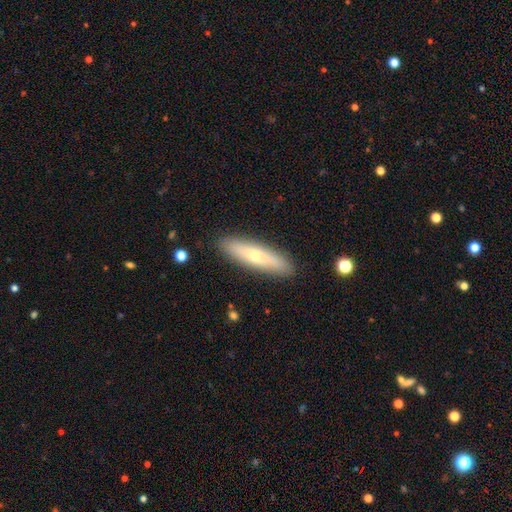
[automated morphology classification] Q: Smooth or featured?
A: smooth (54%); runner-up: featured or disk (39%)
Q: How rounded?
A: cigar-shaped (73%); runner-up: in between (25%)
Q: Merging?
A: none (89%); runner-up: minor disturbance (8%)